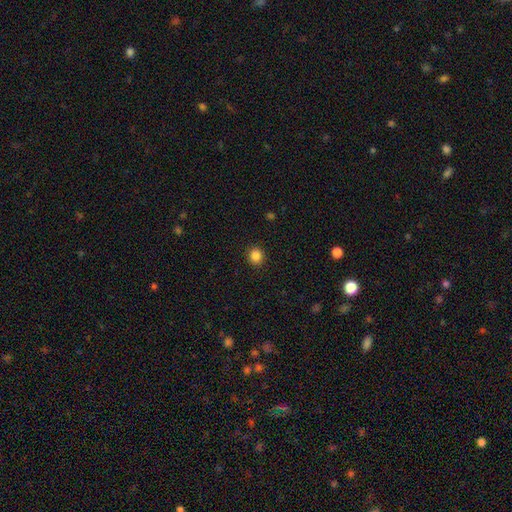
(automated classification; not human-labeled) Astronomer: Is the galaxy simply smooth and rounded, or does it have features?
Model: smooth — 85%.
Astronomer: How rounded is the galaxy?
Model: round — 88%.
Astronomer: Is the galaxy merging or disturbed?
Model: none — 92%.